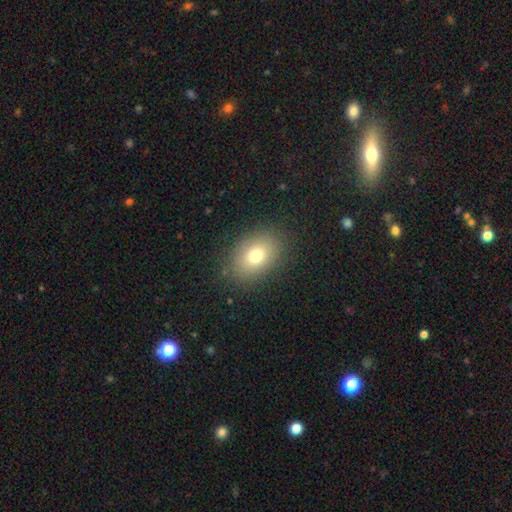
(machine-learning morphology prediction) Smooth or featured: smooth — 77% (featured or disk — 12%)
How rounded: in between — 73% (round — 25%)
Merging: none — 85% (minor disturbance — 10%)